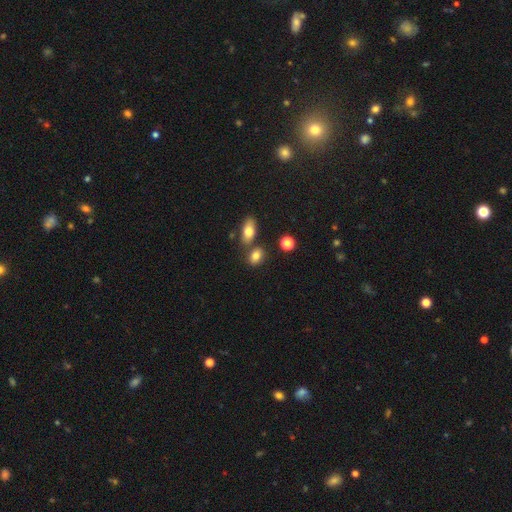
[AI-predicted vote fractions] A smooth galaxy with no disk features (81%) that is in between round and cigar-shaped (74%).

Vote fractions:
- Smooth or featured? smooth: 81% / star or artifact: 10% / featured or disk: 9%
- How rounded? in between: 74% / round: 23% / cigar-shaped: 3%
- Merging? none: 67% / merger: 18% / minor disturbance: 12% / major disturbance: 3%